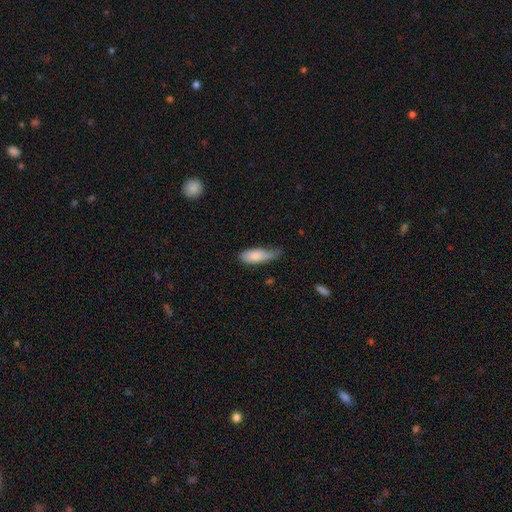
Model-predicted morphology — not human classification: The model was most divided on "merging": minor disturbance: 47%, none: 36%, major disturbance: 14%, merger: 3%. More confident: smooth or featured — smooth (82%); how rounded — in between (73%).